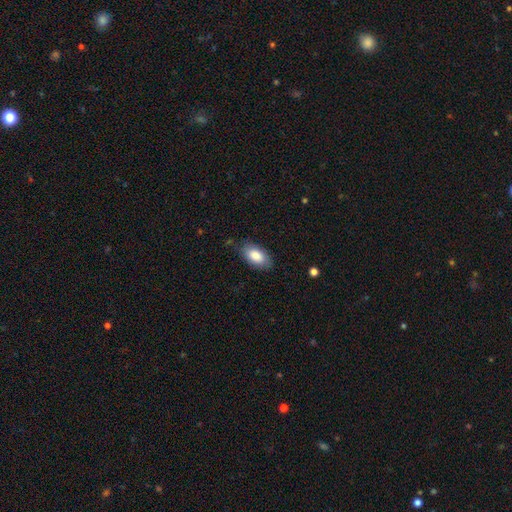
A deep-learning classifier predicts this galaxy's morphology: smooth 84%, featured or disk 9%, star or artifact 6%. Down the decision tree: how rounded — in between (94%); merging — none (79%).